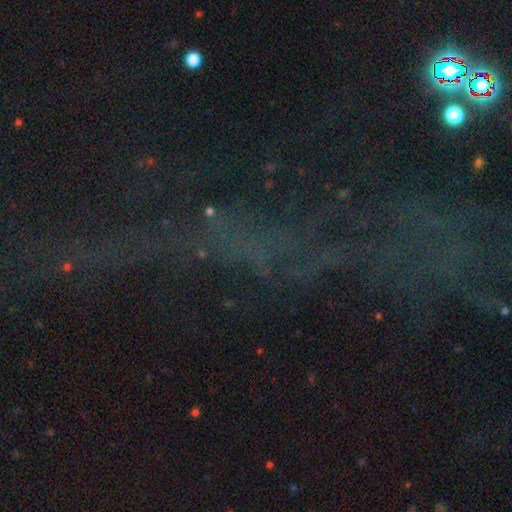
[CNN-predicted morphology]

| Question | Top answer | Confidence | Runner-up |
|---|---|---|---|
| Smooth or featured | star or artifact | 63% | featured or disk (20%) |